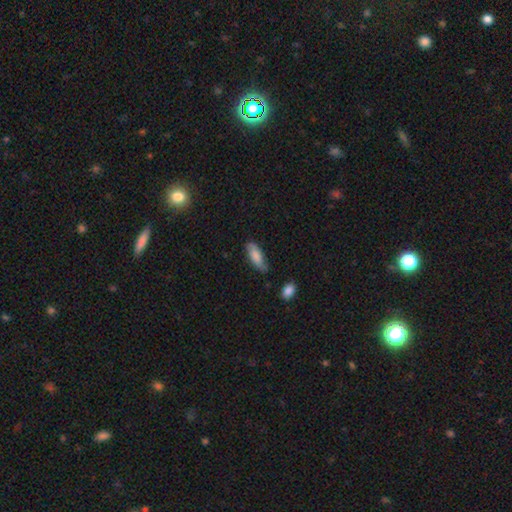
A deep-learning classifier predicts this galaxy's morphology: Smooth or featured?
  - smooth: 70% *
  - featured or disk: 23%
  - star or artifact: 7%
How rounded?
  - in between: 75% *
  - cigar-shaped: 23%
  - round: 2%
Merging?
  - none: 72% *
  - minor disturbance: 21%
  - major disturbance: 4%
  - merger: 2%